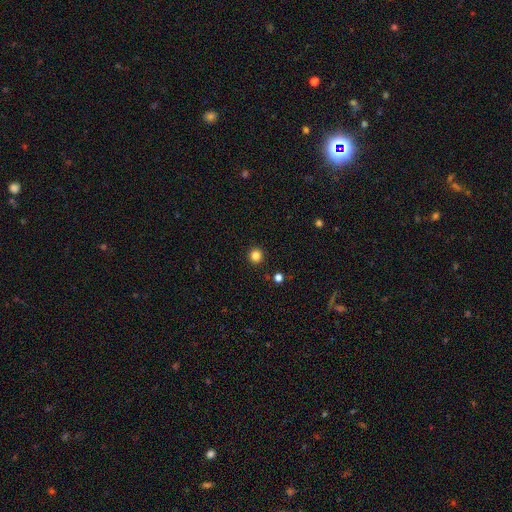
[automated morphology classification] This is clearly a smooth galaxy (84%). How rounded: clearly round (95%). Merging: clearly none (92%).